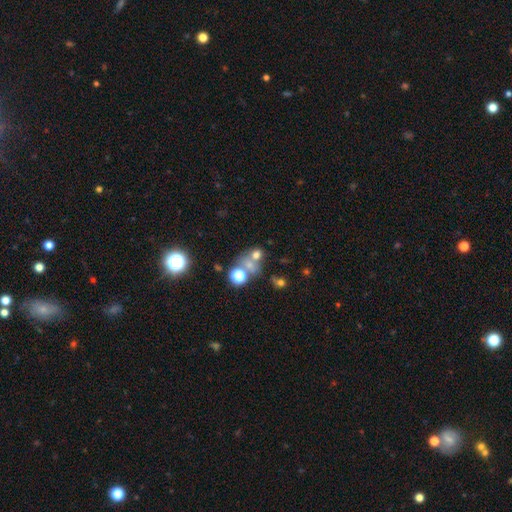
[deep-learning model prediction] smooth_or_featured: smooth (p=0.59) [alt: star or artifact p=0.25]
how_rounded: round (p=0.67) [alt: in between p=0.31]
merging: merger (p=0.45) [alt: none p=0.38]